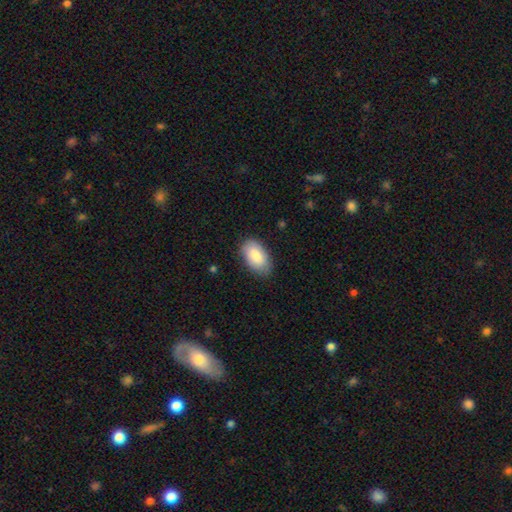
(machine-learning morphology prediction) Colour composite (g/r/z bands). It shows a smooth galaxy with no disk features (86%) that is in between round and cigar-shaped (95%). Merging: none (81%).